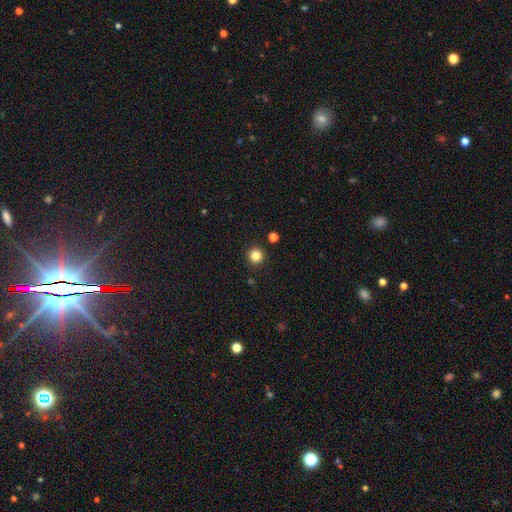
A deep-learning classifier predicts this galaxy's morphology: smooth 83%, star or artifact 13%, featured or disk 4%. Down the decision tree: how rounded — round (95%); merging — none (92%).